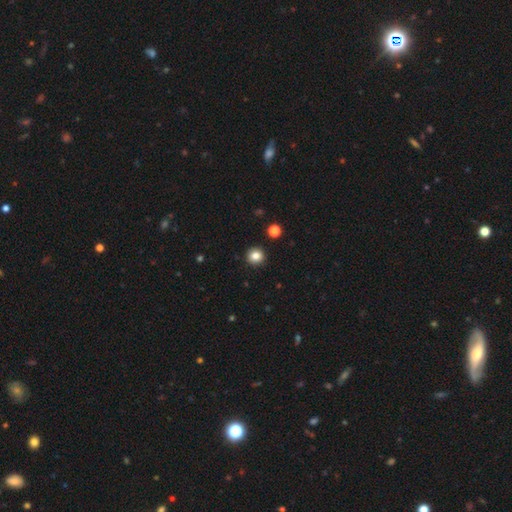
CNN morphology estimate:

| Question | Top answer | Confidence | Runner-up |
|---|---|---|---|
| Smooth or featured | smooth | 83% | star or artifact (11%) |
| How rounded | round | 94% | in between (5%) |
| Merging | none | 93% | minor disturbance (4%) |